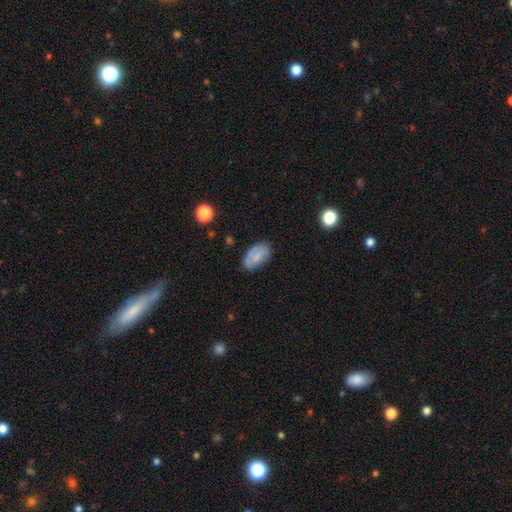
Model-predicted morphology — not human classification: Overall: smooth (66%; featured or disk 26%). How rounded: in between (93%). Merging: none (73%).